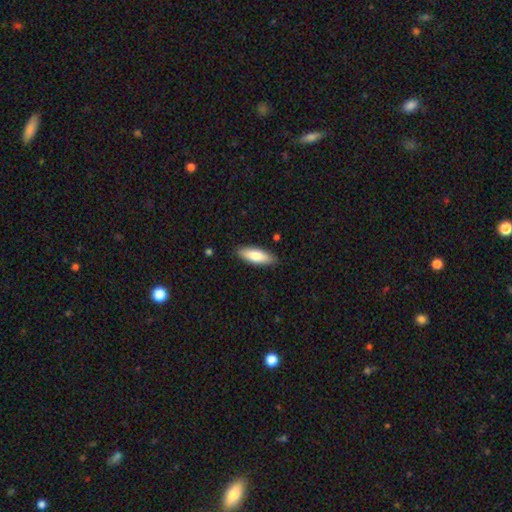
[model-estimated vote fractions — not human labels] smooth_or_featured: smooth (p=0.76) [alt: featured or disk p=0.18]
how_rounded: in between (p=0.62) [alt: cigar-shaped p=0.36]
merging: none (p=0.88) [alt: minor disturbance p=0.09]